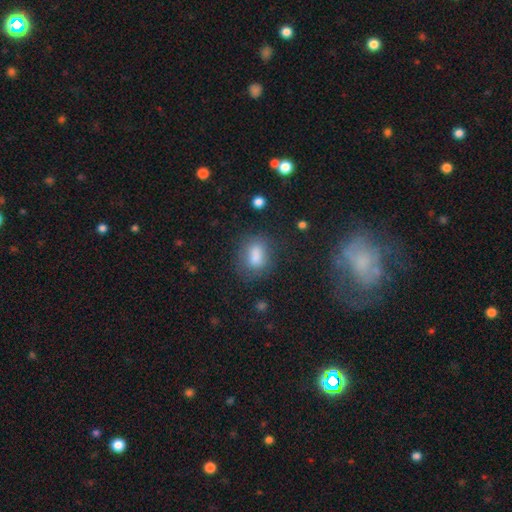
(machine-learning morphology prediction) Smooth or featured: smooth — 78% (star or artifact — 13%)
How rounded: in between — 71% (round — 26%)
Merging: none — 65% (minor disturbance — 19%)